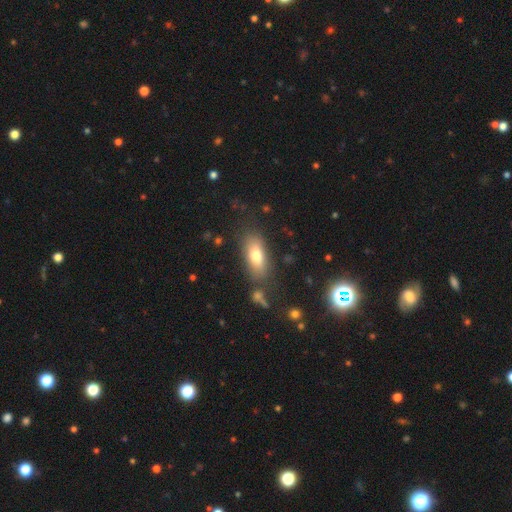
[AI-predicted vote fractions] Q: Smooth or featured?
A: smooth (74%); runner-up: featured or disk (18%)
Q: How rounded?
A: in between (81%); runner-up: cigar-shaped (15%)
Q: Merging?
A: none (74%); runner-up: minor disturbance (14%)